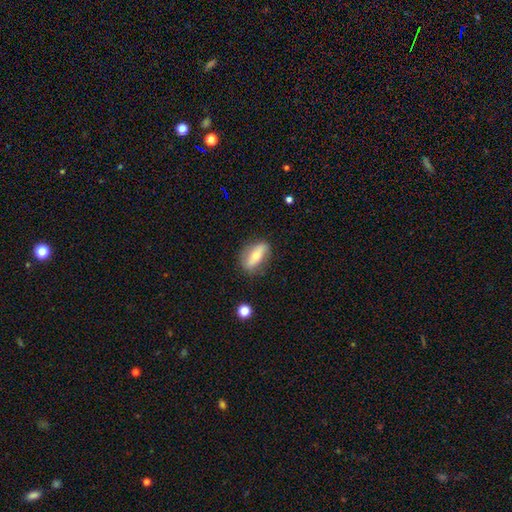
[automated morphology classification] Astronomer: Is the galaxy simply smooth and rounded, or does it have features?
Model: featured or disk — 47% (runner-up: smooth, 46%).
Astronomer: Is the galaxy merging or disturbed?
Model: none — 81%.